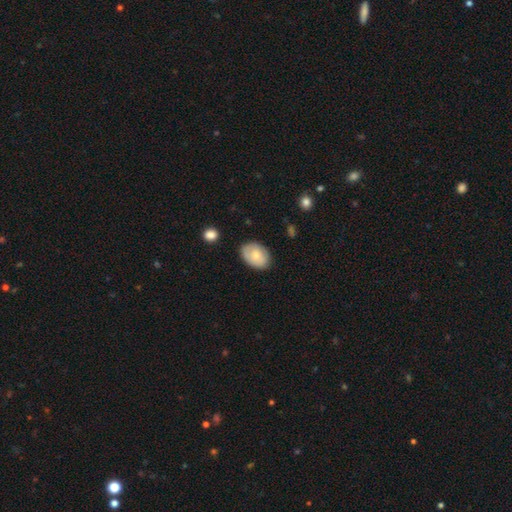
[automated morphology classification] Overall: smooth (70%). How rounded: in between (80%). Merging: none (79%).